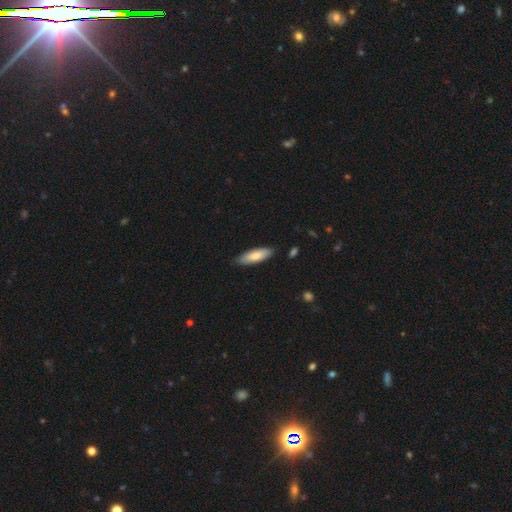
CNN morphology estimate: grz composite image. It shows a smooth galaxy with no disk features (80%) that is in between round and cigar-shaped (52%). Merging: none (84%).